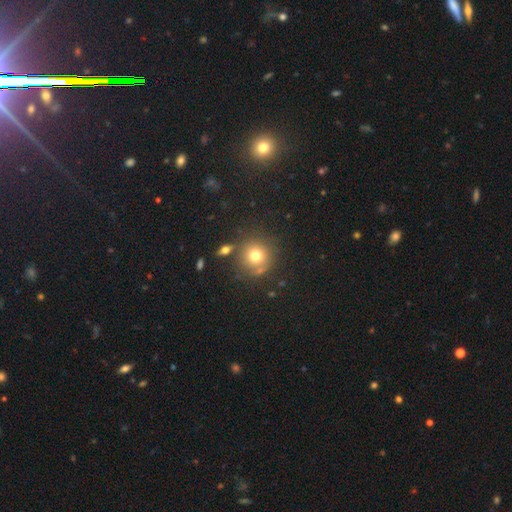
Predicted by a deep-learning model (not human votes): Smooth or featured? Predicted: smooth (p=0.75). How rounded? Predicted: round (p=0.92). Merging? Predicted: none (p=0.76).